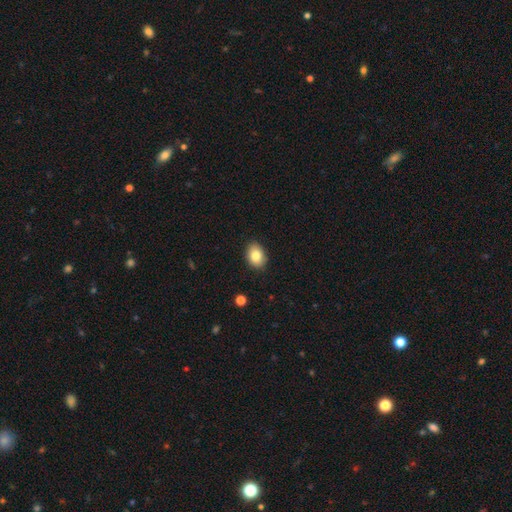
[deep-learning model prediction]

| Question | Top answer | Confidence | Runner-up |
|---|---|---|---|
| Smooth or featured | smooth | 83% | featured or disk (9%) |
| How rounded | in between | 76% | round (23%) |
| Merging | none | 86% | minor disturbance (11%) |